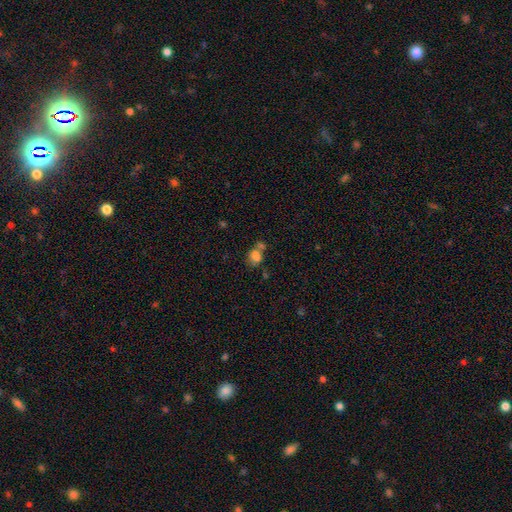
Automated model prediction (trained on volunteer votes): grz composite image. It shows a smooth galaxy with no disk features (73%) that is in between round and cigar-shaped (65%). Merging: merger (47%).